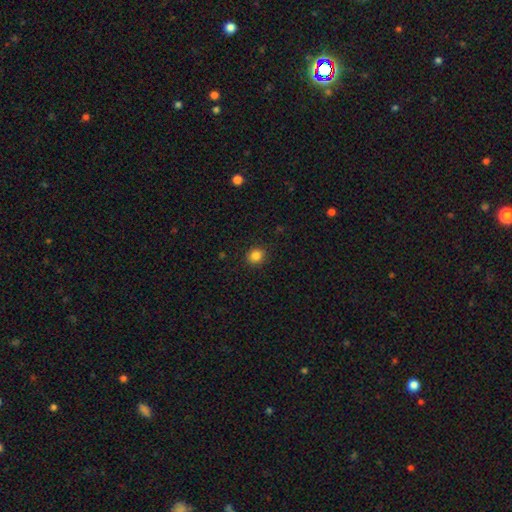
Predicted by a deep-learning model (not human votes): Smooth or featured? smooth (85%)
How rounded? round (84%)
Merging? none (90%)